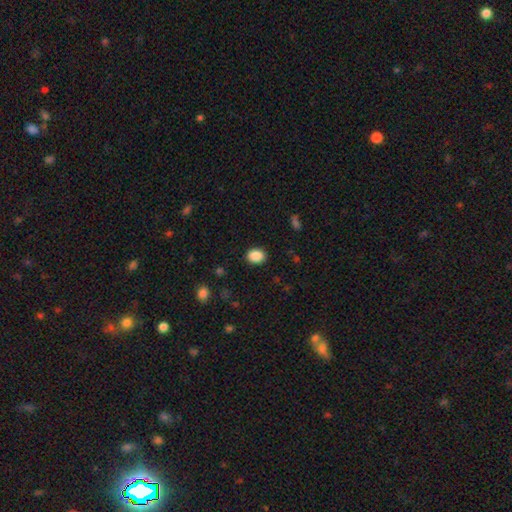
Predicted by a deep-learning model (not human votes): smooth 88%, star or artifact 8%, featured or disk 4%. Down the decision tree: how rounded — in between (60%); merging — none (89%).